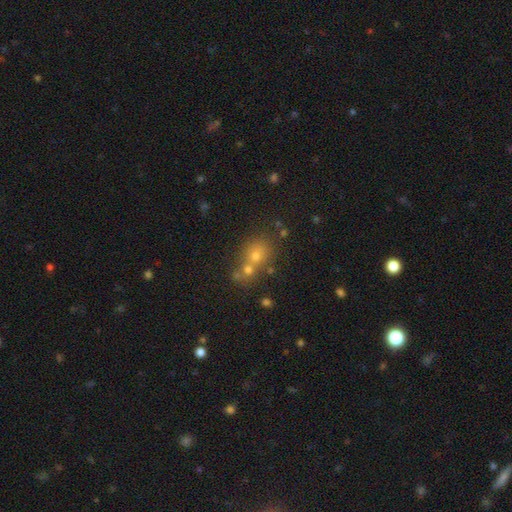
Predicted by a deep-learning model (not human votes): Smooth or featured? Predicted: smooth (p=0.59). How rounded? Predicted: round (p=0.74). Merging? Predicted: none (p=0.49).